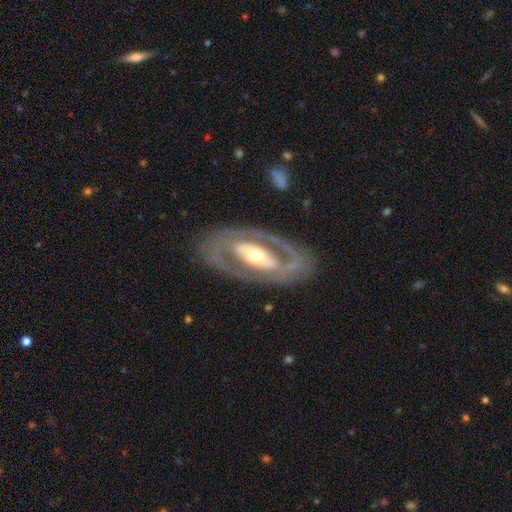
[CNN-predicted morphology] Q: Smooth or featured?
A: featured or disk (80%); runner-up: smooth (15%)
Q: Edge-on disk?
A: no (91%); runner-up: yes (9%)
Q: Bar?
A: no (41%); runner-up: strong (36%)
Q: Spiral arms?
A: yes (51%); runner-up: no (49%)
Q: Bulge size?
A: moderate (65%); runner-up: small (19%)
Q: Merging?
A: none (79%); runner-up: minor disturbance (12%)